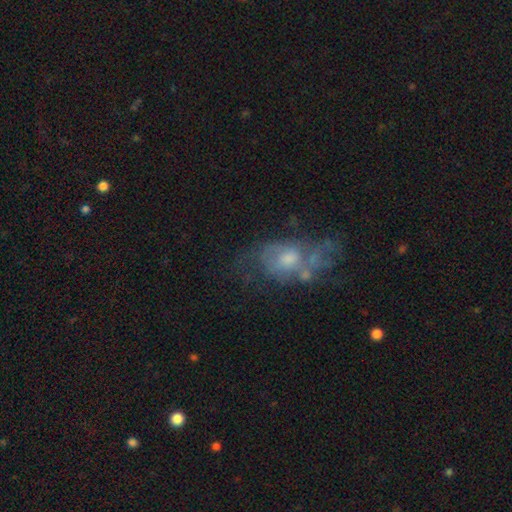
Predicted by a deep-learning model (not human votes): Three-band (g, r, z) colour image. It shows a featured or disk galaxy (57%) with no bar (73%), spiral arms (65%) and a moderate central bulge (44%). Merging: none (57%).